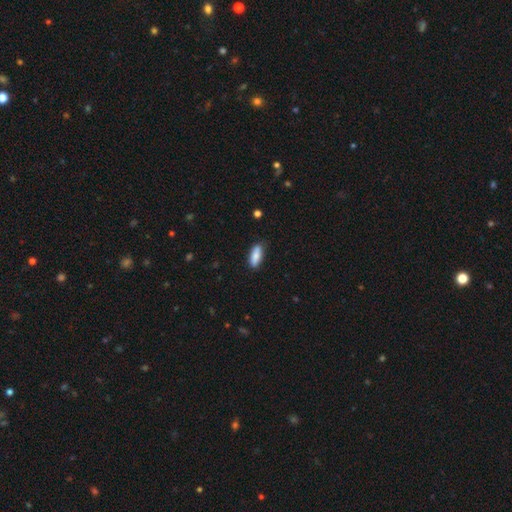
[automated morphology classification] Smooth or featured: smooth — 84% (featured or disk — 10%)
How rounded: in between — 69% (cigar-shaped — 29%)
Merging: none — 81% (minor disturbance — 15%)